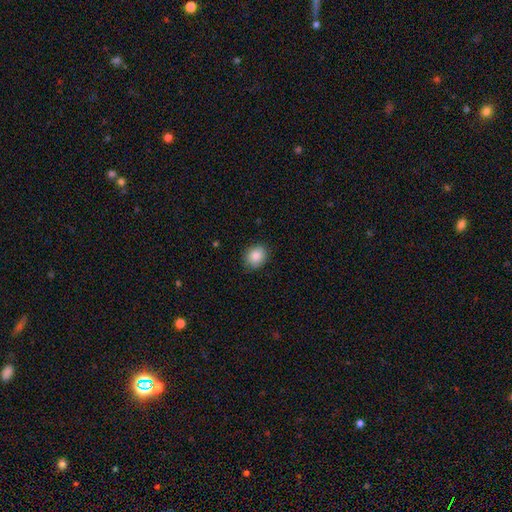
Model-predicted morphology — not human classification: smooth-or-featured: smooth: 86% | star or artifact: 8% | featured or disk: 6%
  how-rounded: round: 55% | in between: 44% | cigar-shaped: 1%
  merging: none: 84% | minor disturbance: 13% | major disturbance: 3% | merger: 1%